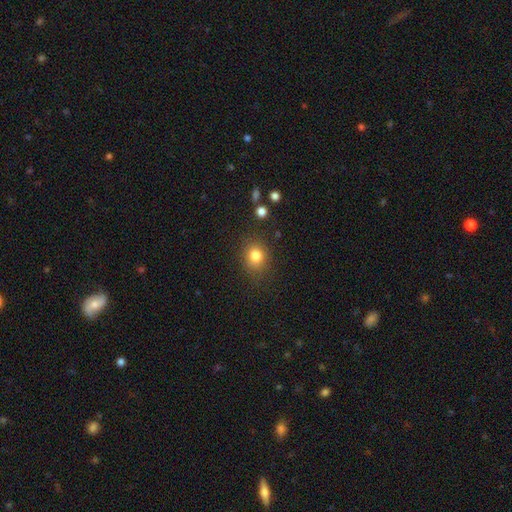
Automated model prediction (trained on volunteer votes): A smooth galaxy with no disk features (81%) that is round (70%). Merging: none (82%).